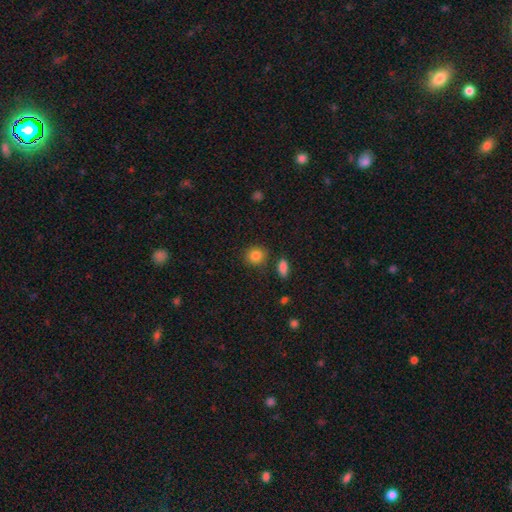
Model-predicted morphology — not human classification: Overall: smooth (86%). How rounded: round (77%). Merging: none (82%).